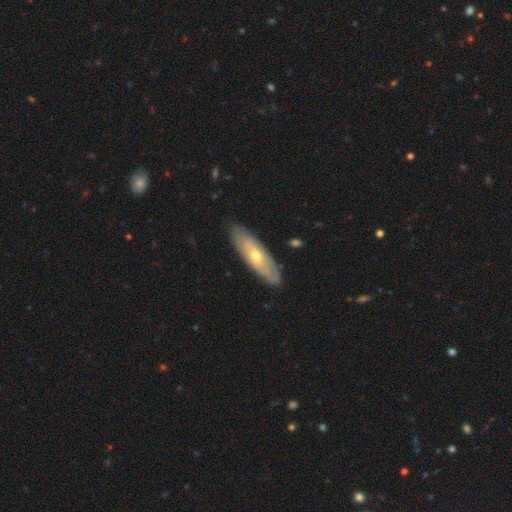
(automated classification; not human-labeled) Smooth or featured? featured or disk (62%)
Edge-on disk? no (68%)
Merging? none (84%)